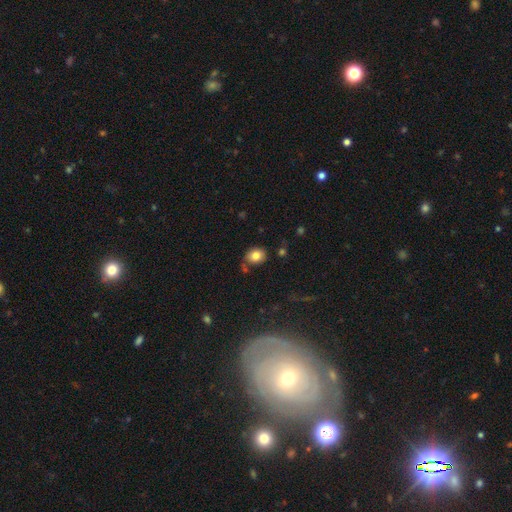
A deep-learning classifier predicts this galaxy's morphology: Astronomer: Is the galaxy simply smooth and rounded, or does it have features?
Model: smooth — 81%.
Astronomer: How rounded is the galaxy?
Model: in between — 54% (runner-up: round, 45%).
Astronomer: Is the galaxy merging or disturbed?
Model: none — 72%.